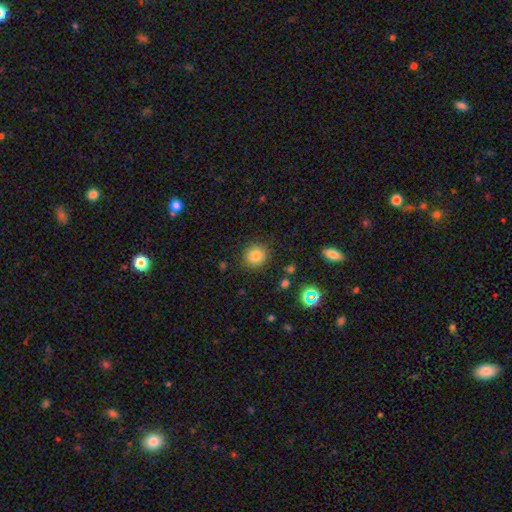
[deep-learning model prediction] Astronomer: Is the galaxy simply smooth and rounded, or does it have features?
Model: smooth — 82%.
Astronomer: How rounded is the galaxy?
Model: round — 91%.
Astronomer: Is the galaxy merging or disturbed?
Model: none — 88%.